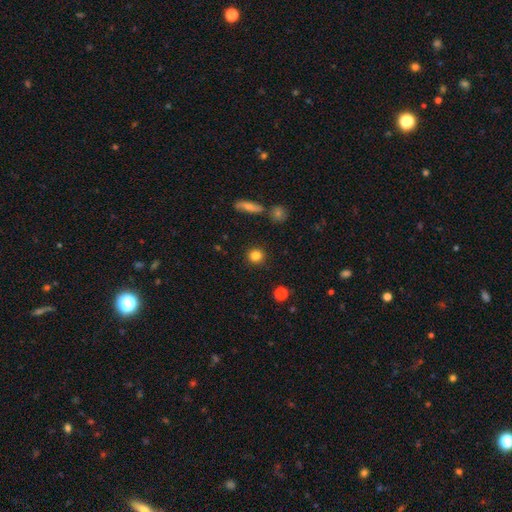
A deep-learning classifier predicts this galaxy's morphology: Smooth or featured?
  - smooth: 83% *
  - star or artifact: 11%
  - featured or disk: 6%
How rounded?
  - round: 91% *
  - in between: 8%
  - cigar-shaped: 1%
Merging?
  - none: 91% *
  - minor disturbance: 6%
  - major disturbance: 2%
  - merger: 2%